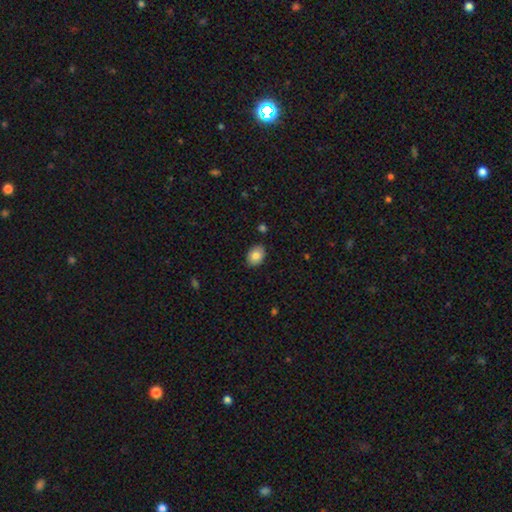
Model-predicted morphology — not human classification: A smooth galaxy with no disk features (83%) that is in between round and cigar-shaped (74%).

Vote fractions:
- Smooth or featured? smooth: 83% / featured or disk: 10% / star or artifact: 7%
- How rounded? in between: 74% / round: 25% / cigar-shaped: 1%
- Merging? none: 87% / minor disturbance: 9% / major disturbance: 2% / merger: 2%